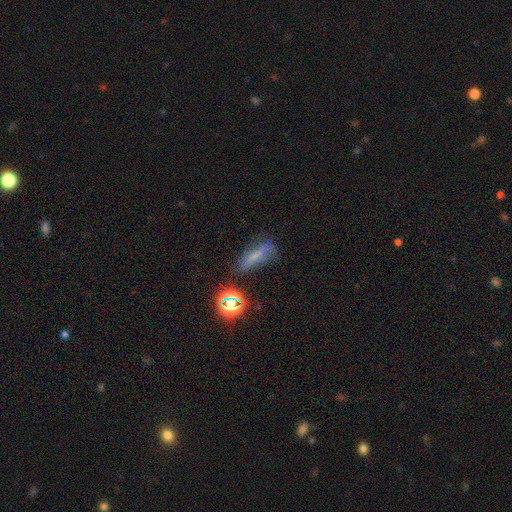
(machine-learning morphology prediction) smooth 56%, featured or disk 23%, star or artifact 21%. Down the decision tree: how rounded — cigar-shaped (50%); merging — none (54%).